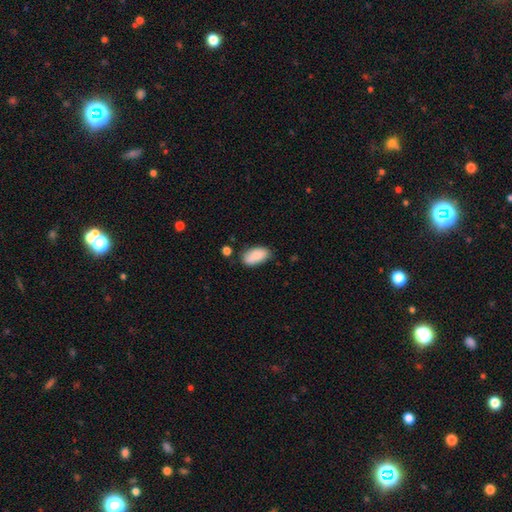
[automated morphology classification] smooth_or_featured: smooth (p=0.86) [alt: featured or disk p=0.08]
how_rounded: in between (p=0.94) [alt: round p=0.03]
merging: none (p=0.74) [alt: minor disturbance p=0.18]